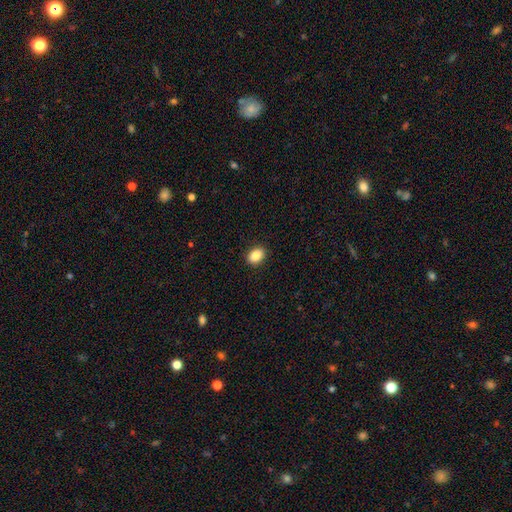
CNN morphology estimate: The model was most divided on "how rounded": in between: 75%, round: 24%, cigar-shaped: 1%. More confident: merging — none (90%); smooth or featured — smooth (89%).